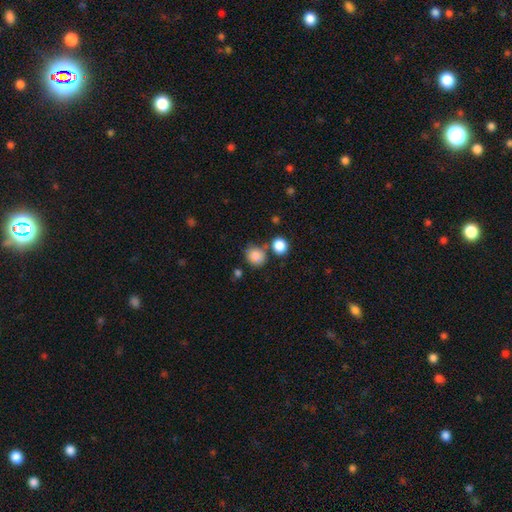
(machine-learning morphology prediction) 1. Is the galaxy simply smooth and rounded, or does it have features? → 84% smooth, 10% star or artifact, 6% featured or disk.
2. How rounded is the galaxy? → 82% round, 17% in between, 1% cigar-shaped.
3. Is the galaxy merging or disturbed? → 67% none, 15% merger, 14% minor disturbance, 4% major disturbance.